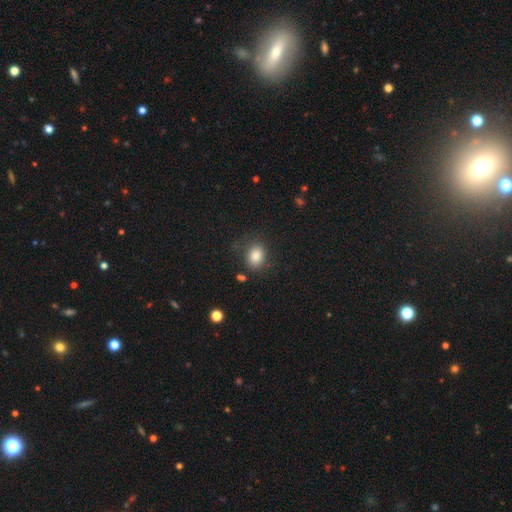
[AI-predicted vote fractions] This is clearly a smooth galaxy (83%). How rounded: possibly in between (53%). Merging: likely none (74%).